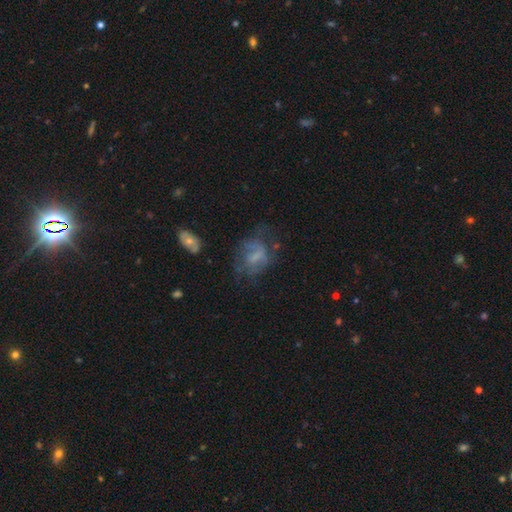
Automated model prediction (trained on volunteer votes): This is possibly a featured or disk galaxy (47%). Merging: marginally none (42%).